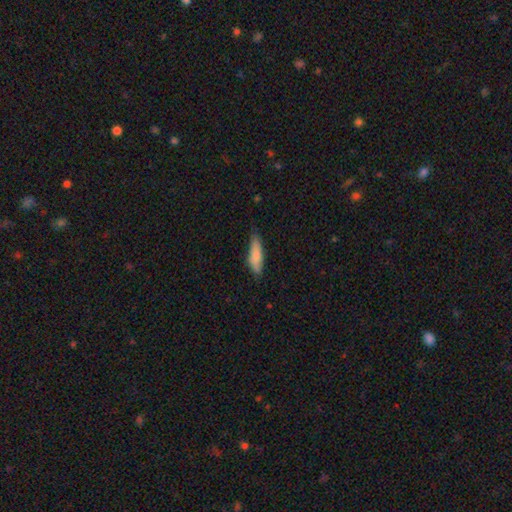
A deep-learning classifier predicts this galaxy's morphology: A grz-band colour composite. It shows a smooth galaxy with no disk features (82%) that is cigar-shaped (57%). Merging: none (67%).